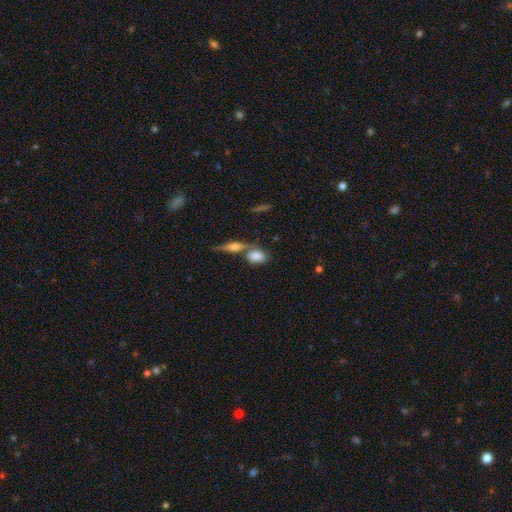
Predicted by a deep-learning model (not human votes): The model was most divided on "merging": none: 43%, merger: 40%, minor disturbance: 12%, major disturbance: 5%. More confident: how rounded — in between (82%); smooth or featured — smooth (76%).